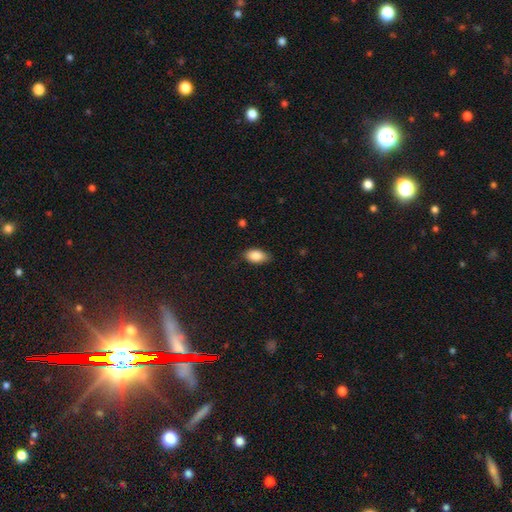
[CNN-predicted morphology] A smooth galaxy with no disk features (88%) that is in between round and cigar-shaped (92%). Merging: none (81%).